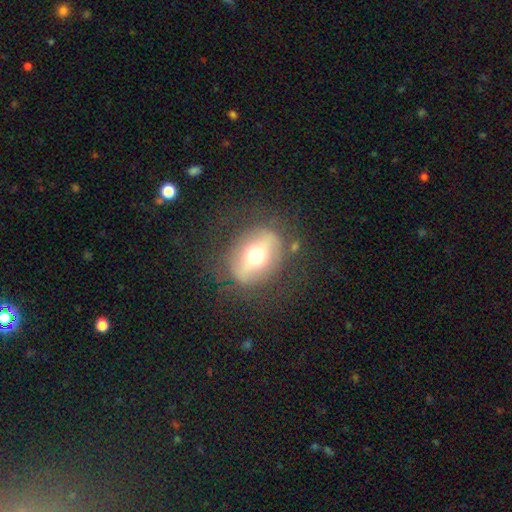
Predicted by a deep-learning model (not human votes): Smooth or featured? Predicted: featured or disk (p=0.55). Edge-on disk? Predicted: no (p=0.72). Merging? Predicted: none (p=0.77).